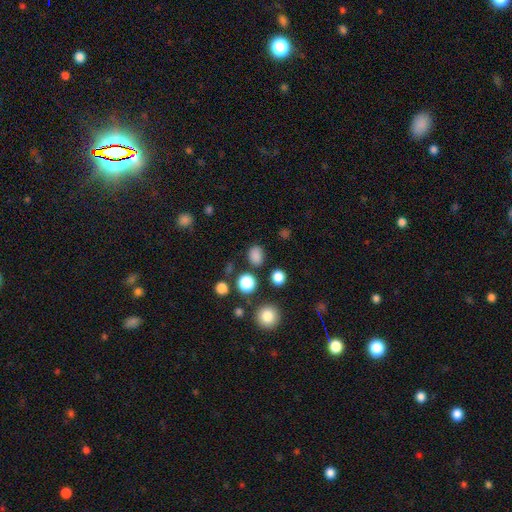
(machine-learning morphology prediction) Smooth or featured? Predicted: smooth (p=0.82). How rounded? Predicted: in between (p=0.51). Merging? Predicted: none (p=0.82).